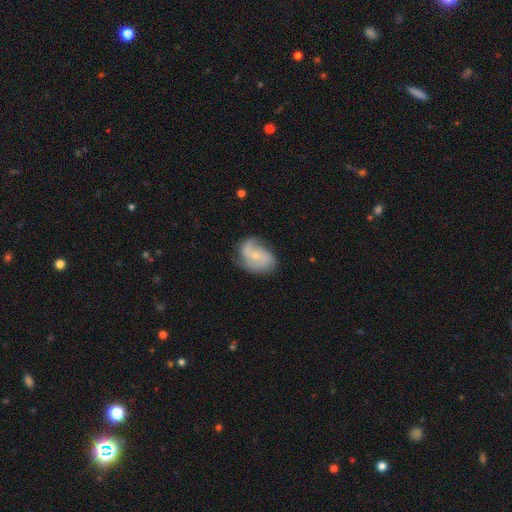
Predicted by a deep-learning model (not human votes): Smooth or featured? Predicted: featured or disk (p=0.79). Edge-on disk? Predicted: no (p=0.98). Bar? Predicted: no (p=0.60). Spiral arms? Predicted: yes (p=0.95). Spiral winding? Predicted: medium (p=0.46). Spiral arm count? Predicted: 2 (p=0.61). Bulge size? Predicted: small (p=0.65). Merging? Predicted: none (p=0.64).